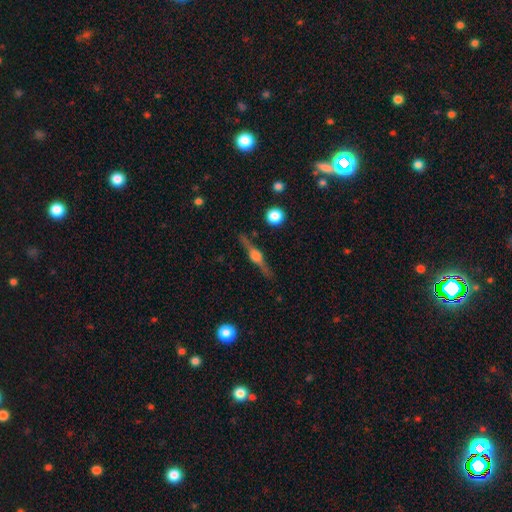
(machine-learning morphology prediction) smooth_or_featured: featured or disk (p=0.82) [alt: smooth p=0.11]
disk_edge_on: yes (p=0.98) [alt: no p=0.02]
edge_on_bulge: rounded (p=0.91) [alt: boxy p=0.07]
merging: none (p=0.88) [alt: minor disturbance p=0.08]